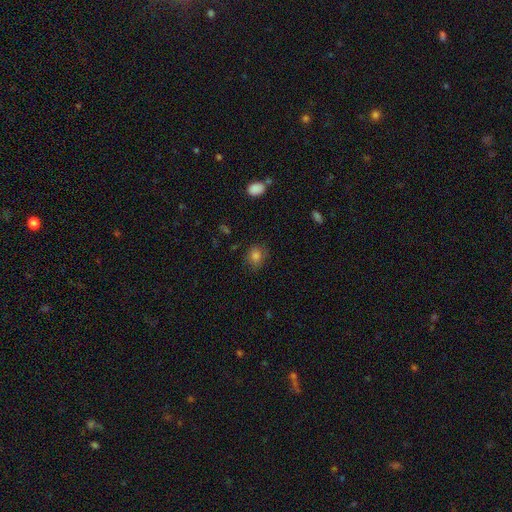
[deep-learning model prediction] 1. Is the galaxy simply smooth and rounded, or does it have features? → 82% smooth, 12% star or artifact, 6% featured or disk.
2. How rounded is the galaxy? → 62% round, 37% in between, 1% cigar-shaped.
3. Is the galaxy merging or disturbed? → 76% none, 17% minor disturbance, 5% major disturbance, 2% merger.